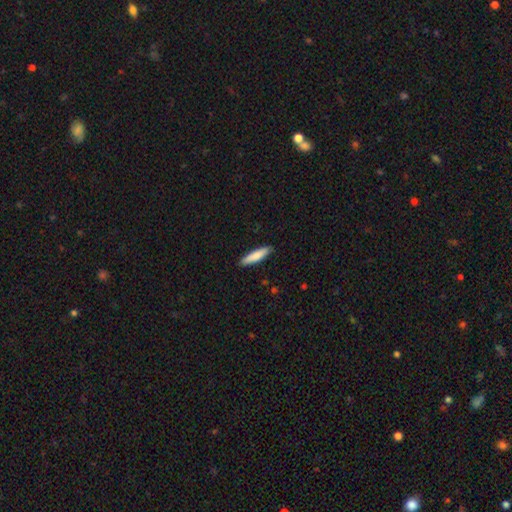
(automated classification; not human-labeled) Smooth or featured: smooth — 82% (featured or disk — 12%)
How rounded: cigar-shaped — 82% (in between — 17%)
Merging: none — 89% (minor disturbance — 8%)